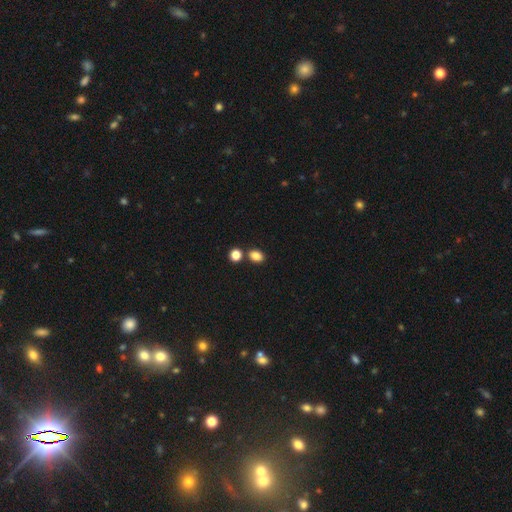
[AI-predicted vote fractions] Smooth or featured? Predicted: smooth (p=0.84). How rounded? Predicted: in between (p=0.62). Merging? Predicted: none (p=0.74).